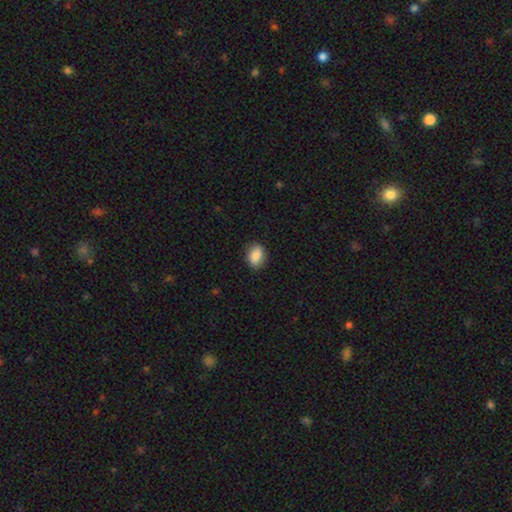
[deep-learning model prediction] Smooth or featured?
  - smooth: 85% *
  - star or artifact: 8%
  - featured or disk: 8%
How rounded?
  - in between: 68% *
  - round: 31%
  - cigar-shaped: 2%
Merging?
  - none: 86% *
  - minor disturbance: 11%
  - major disturbance: 2%
  - merger: 1%